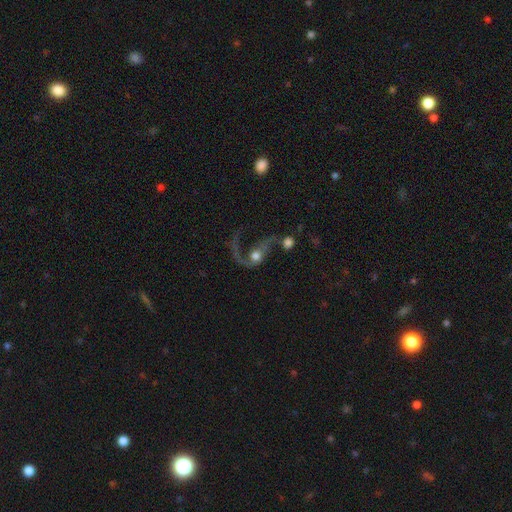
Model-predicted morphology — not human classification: This is likely a featured or disk galaxy (73%). It is clearly not viewed edge-on (96%). Bar: likely no (71%). Spiral arm pattern: clearly yes (86%). Spiral arm count: possibly 2 (50%). Spiral winding: likely loose (77%). Central bulge: likely moderate (62%). Merging: marginally major disturbance (38%).